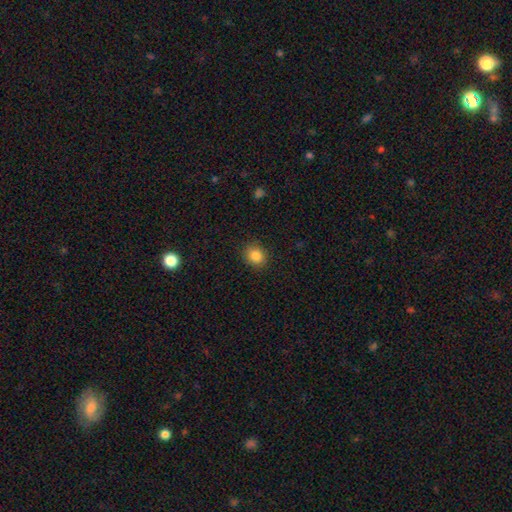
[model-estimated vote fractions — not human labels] The model was most divided on "how rounded": round: 66%, in between: 33%, cigar-shaped: 1%. More confident: merging — none (89%); smooth or featured — smooth (84%).